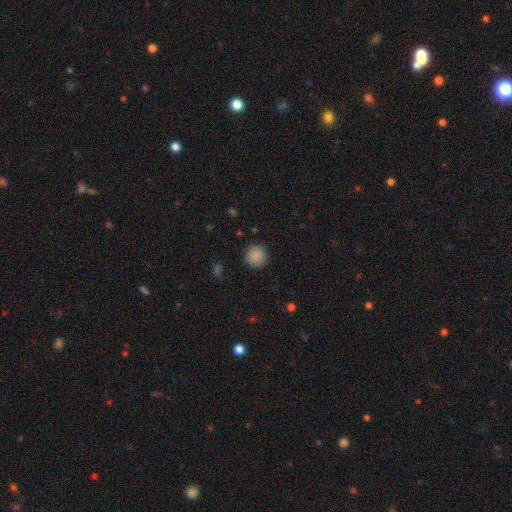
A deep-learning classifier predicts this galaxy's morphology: A smooth galaxy with no disk features (88%) that is round (94%). Merging: none (90%).